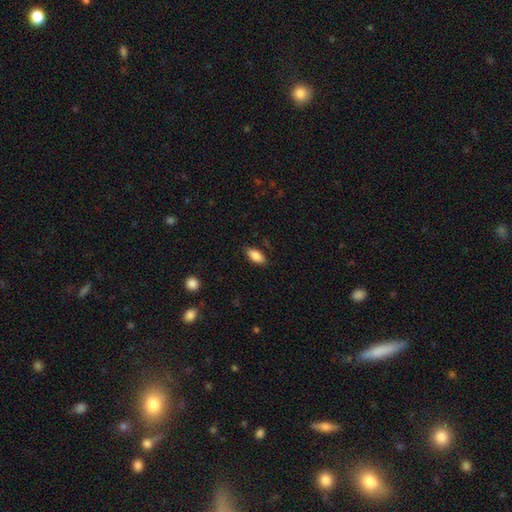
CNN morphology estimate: Q: Smooth or featured?
A: smooth (86%); runner-up: featured or disk (7%)
Q: How rounded?
A: in between (88%); runner-up: cigar-shaped (10%)
Q: Merging?
A: none (85%); runner-up: minor disturbance (12%)